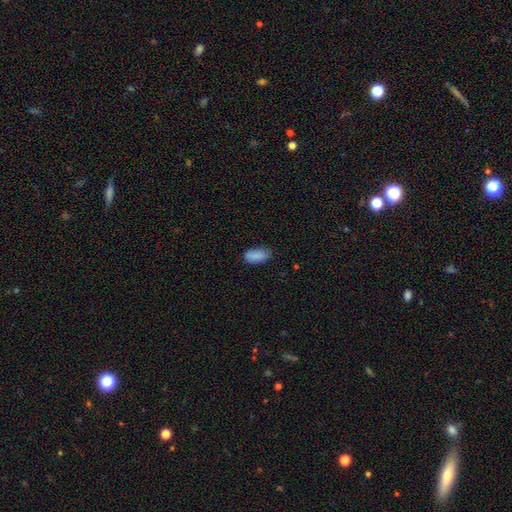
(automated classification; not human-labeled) Overall: smooth (87%). How rounded: in between (90%). Merging: none (77%).